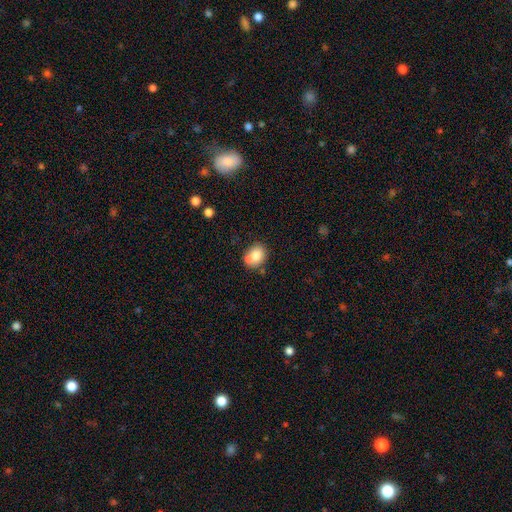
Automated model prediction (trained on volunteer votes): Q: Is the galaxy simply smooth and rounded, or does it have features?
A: smooth — 76%.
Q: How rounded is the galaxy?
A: round — 59%.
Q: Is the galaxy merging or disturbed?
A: none — 51%.